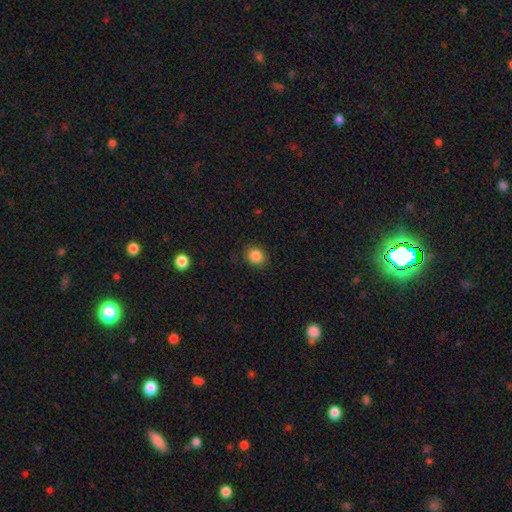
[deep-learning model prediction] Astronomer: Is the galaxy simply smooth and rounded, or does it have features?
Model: smooth — 86%.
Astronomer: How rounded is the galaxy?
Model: round — 72%.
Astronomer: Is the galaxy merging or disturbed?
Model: none — 88%.